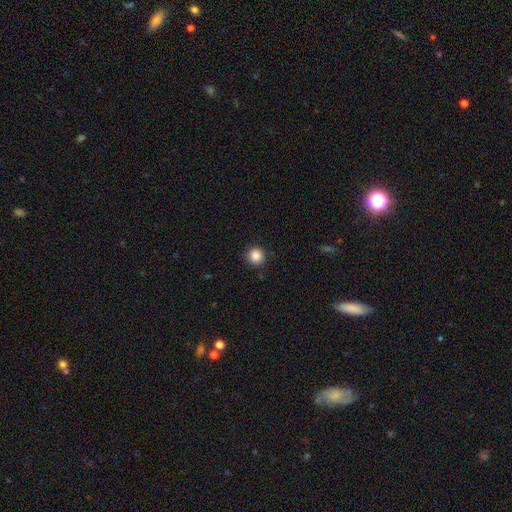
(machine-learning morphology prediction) A smooth galaxy with no disk features (86%) that is round (95%). Merging: none (89%).